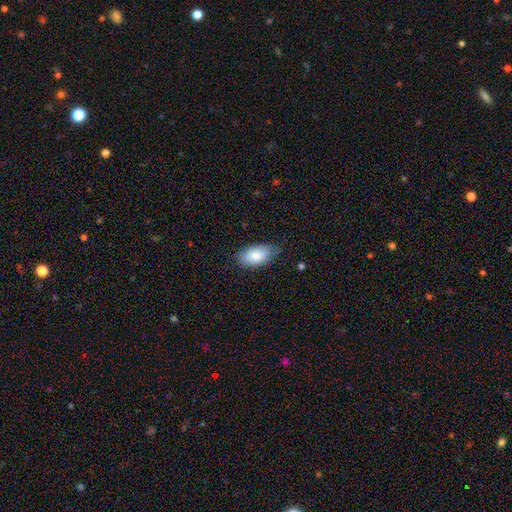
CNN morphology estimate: Smooth or featured? Predicted: smooth (p=0.85). How rounded? Predicted: in between (p=0.94). Merging? Predicted: none (p=0.76).